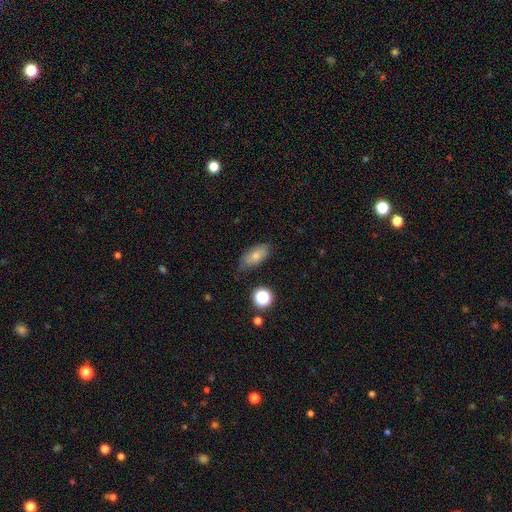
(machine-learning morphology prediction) smooth 72%, featured or disk 18%, star or artifact 10%. Down the decision tree: how rounded — in between (88%); merging — none (69%).